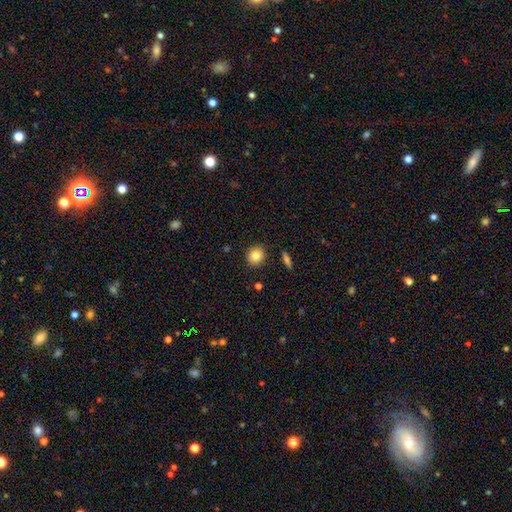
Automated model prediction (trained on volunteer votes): Smooth or featured?
  - smooth: 84% *
  - star or artifact: 9%
  - featured or disk: 7%
How rounded?
  - round: 86% *
  - in between: 13%
  - cigar-shaped: 1%
Merging?
  - none: 90% *
  - minor disturbance: 7%
  - merger: 2%
  - major disturbance: 2%